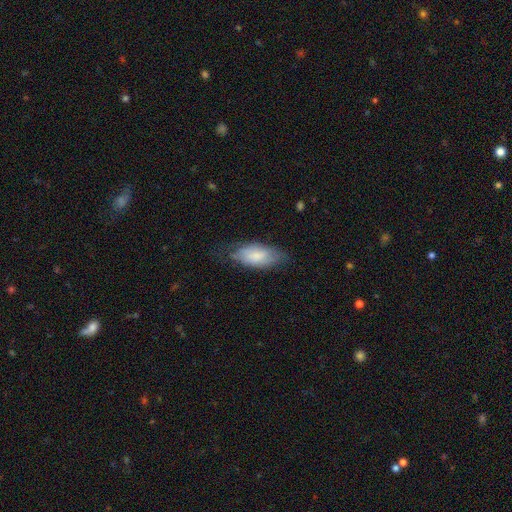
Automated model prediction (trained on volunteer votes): This is likely a smooth galaxy (72%). How rounded: clearly in between (88%). Merging: possibly none (60%).